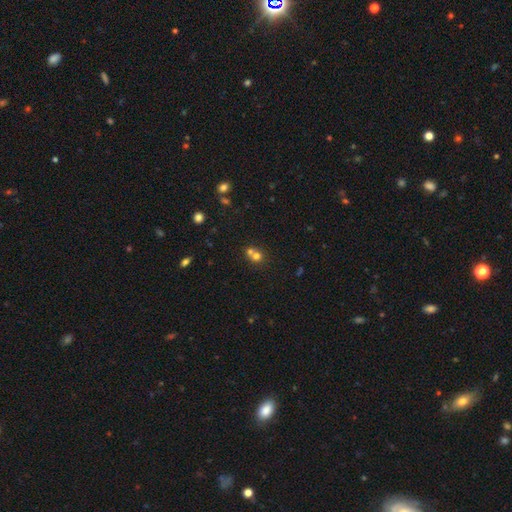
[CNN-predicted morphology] This appears to be a smooth galaxy with no disk features (67%) that is round (82%). Merging: merger (51%).